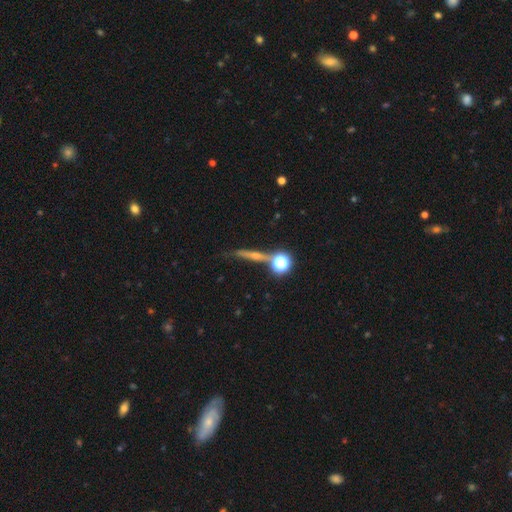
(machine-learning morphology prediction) This appears to be a featured or disk galaxy (48%). Merging: none (71%).